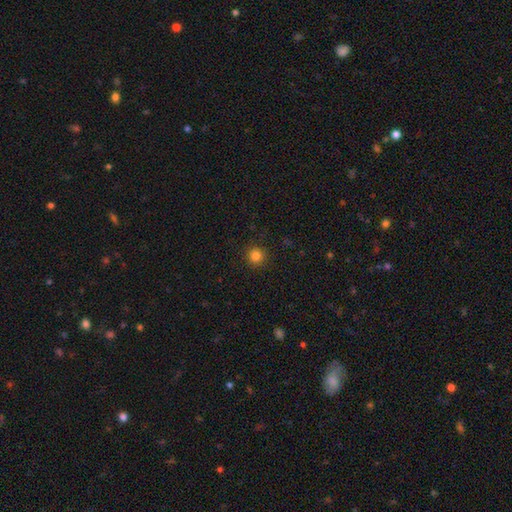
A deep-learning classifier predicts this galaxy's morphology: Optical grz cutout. It shows a smooth galaxy with no disk features (83%) that is round (94%). Merging: none (91%).